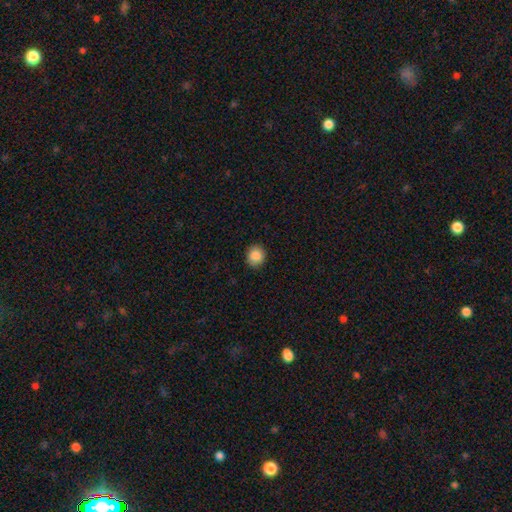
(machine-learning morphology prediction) A smooth galaxy with no disk features (87%) that is round (84%). Merging: none (90%).